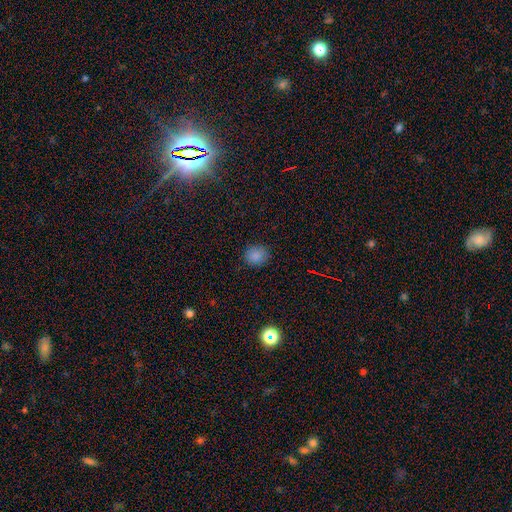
Smooth or featured: smooth — 92% (star or artifact — 5%)
How rounded: round — 89% (in between — 11%)
Merging: none — 92% (minor disturbance — 8%)